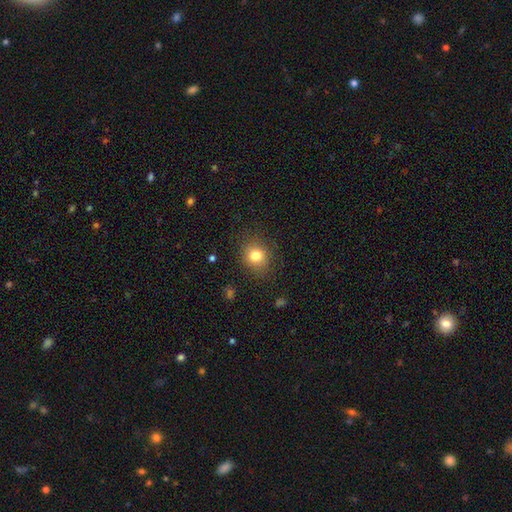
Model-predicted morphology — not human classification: smooth 80%, star or artifact 12%, featured or disk 8%. Down the decision tree: how rounded — round (76%); merging — none (84%).